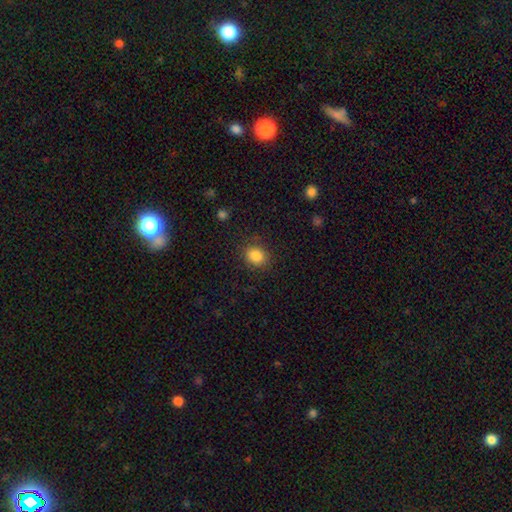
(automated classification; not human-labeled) smooth-or-featured: smooth: 85% | star or artifact: 10% | featured or disk: 5%
  how-rounded: round: 63% | in between: 36% | cigar-shaped: 1%
  merging: none: 85% | minor disturbance: 11% | major disturbance: 4% | merger: 1%